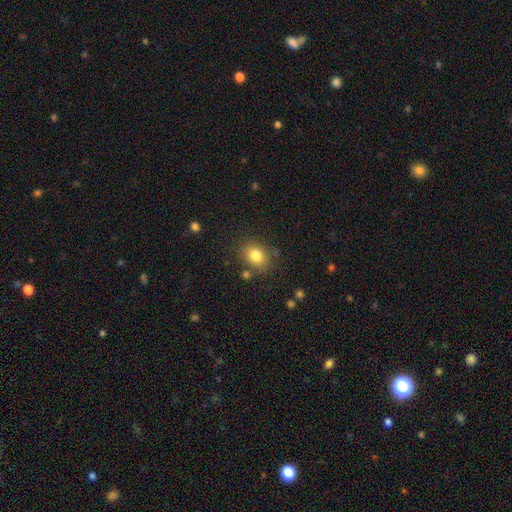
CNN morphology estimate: Q: Smooth or featured?
A: smooth (81%); runner-up: star or artifact (11%)
Q: How rounded?
A: in between (50%); runner-up: round (49%)
Q: Merging?
A: none (78%); runner-up: minor disturbance (13%)